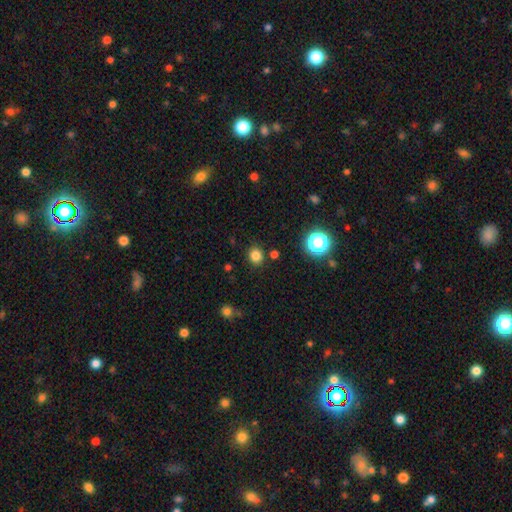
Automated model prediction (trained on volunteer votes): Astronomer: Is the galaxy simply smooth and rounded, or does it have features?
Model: smooth — 80%.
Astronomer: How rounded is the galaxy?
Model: round — 83%.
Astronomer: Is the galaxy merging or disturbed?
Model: none — 87%.